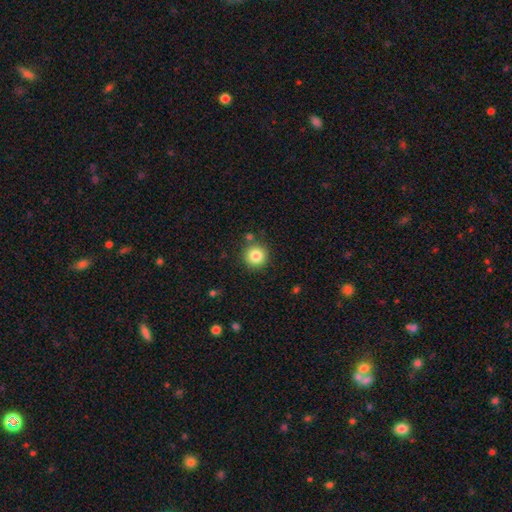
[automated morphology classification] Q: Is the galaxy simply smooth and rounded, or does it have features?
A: smooth — 84%.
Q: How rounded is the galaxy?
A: round — 95%.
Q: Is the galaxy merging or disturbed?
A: none — 85%.